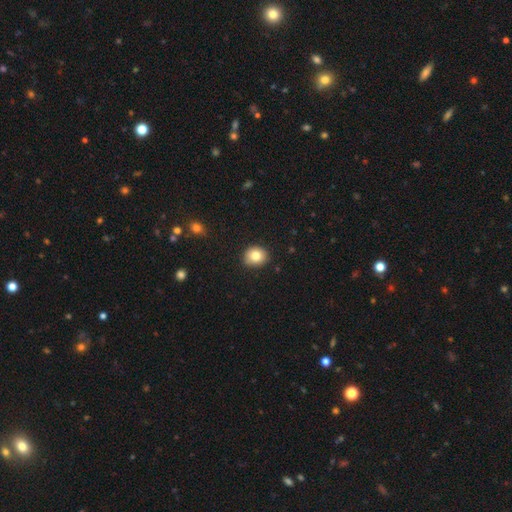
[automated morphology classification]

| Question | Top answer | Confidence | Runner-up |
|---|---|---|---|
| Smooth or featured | smooth | 80% | featured or disk (10%) |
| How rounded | round | 71% | in between (28%) |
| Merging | none | 87% | minor disturbance (10%) |